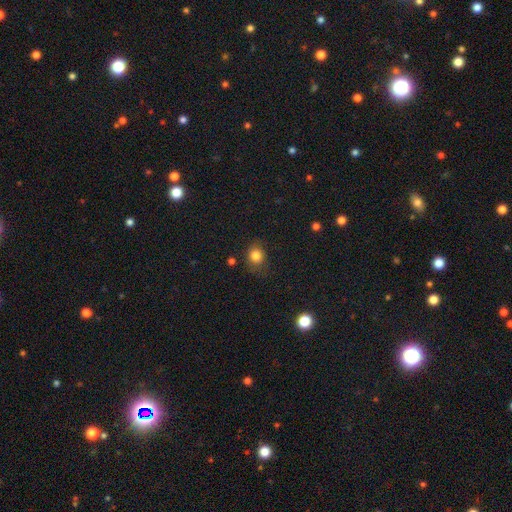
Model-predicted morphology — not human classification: Q: Smooth or featured?
A: smooth (82%); runner-up: star or artifact (12%)
Q: How rounded?
A: round (67%); runner-up: in between (32%)
Q: Merging?
A: none (72%); runner-up: minor disturbance (19%)